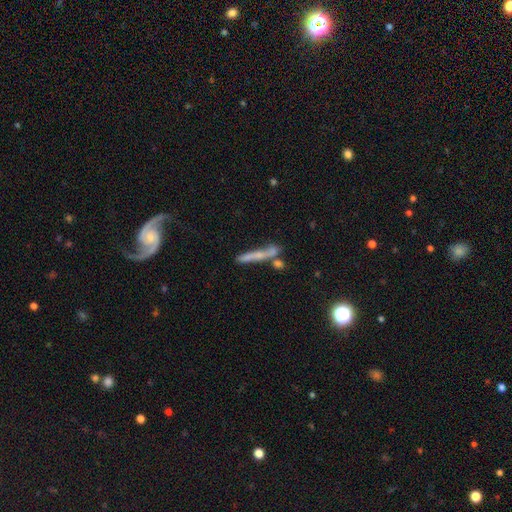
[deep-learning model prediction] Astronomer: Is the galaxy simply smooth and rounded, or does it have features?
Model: smooth — 47% (runner-up: featured or disk, 42%).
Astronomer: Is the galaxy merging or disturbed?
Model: none — 57%.